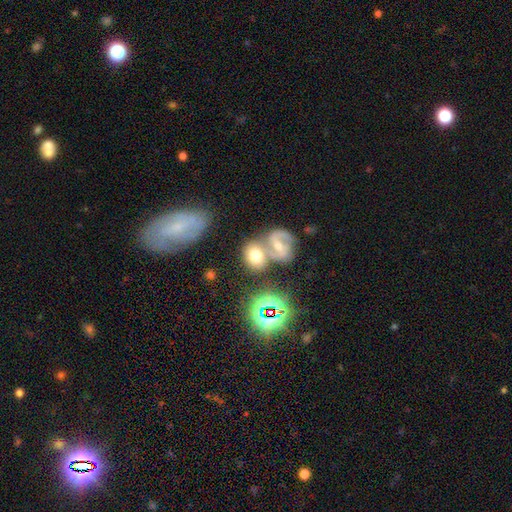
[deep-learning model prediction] This is possibly a smooth galaxy (55%). How rounded: possibly in between (56%). Merging: possibly merger (47%).